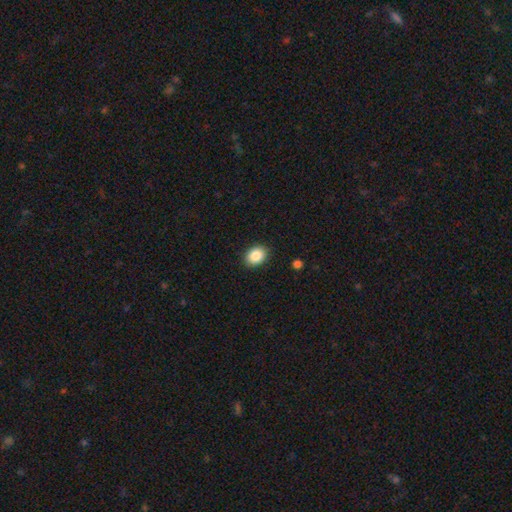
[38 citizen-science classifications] Morphology: type=smooth (92%); roundness=in between (83%); merging=none (95%).